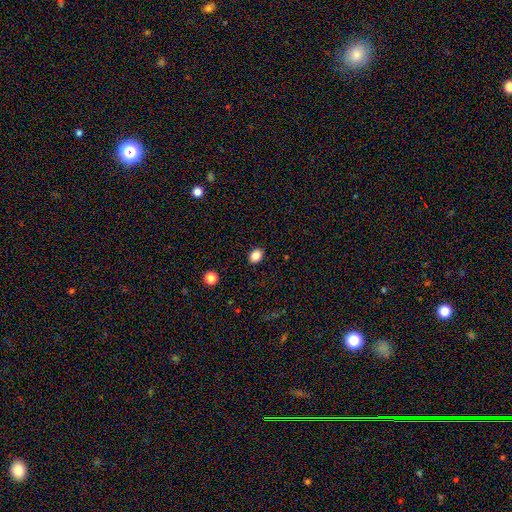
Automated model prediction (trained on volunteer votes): smooth-or-featured: smooth: 86% | star or artifact: 10% | featured or disk: 4%
  how-rounded: in between: 71% | round: 28% | cigar-shaped: 1%
  merging: none: 89% | minor disturbance: 8% | major disturbance: 2% | merger: 1%